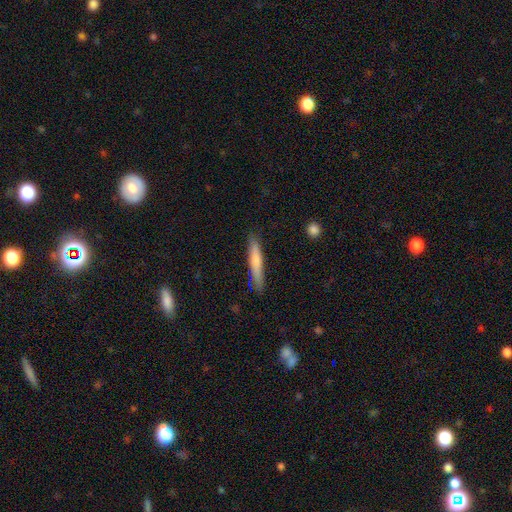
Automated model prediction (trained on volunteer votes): This is possibly a smooth galaxy (57%). How rounded: clearly cigar-shaped (93%). Merging: clearly none (87%).